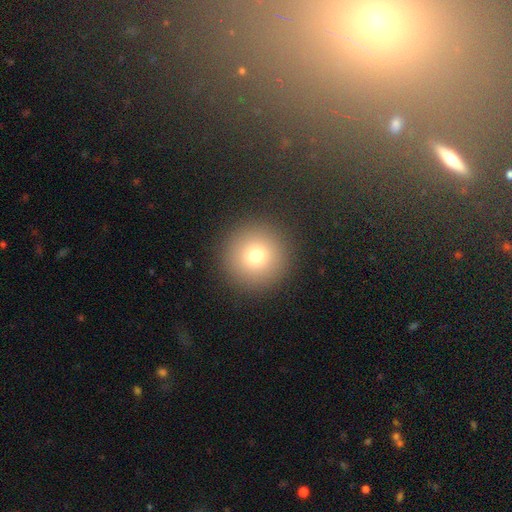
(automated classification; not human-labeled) Smooth or featured?
  - smooth: 77% *
  - star or artifact: 13%
  - featured or disk: 10%
How rounded?
  - round: 95% *
  - in between: 4%
  - cigar-shaped: 1%
Merging?
  - none: 91% *
  - minor disturbance: 5%
  - major disturbance: 3%
  - merger: 1%